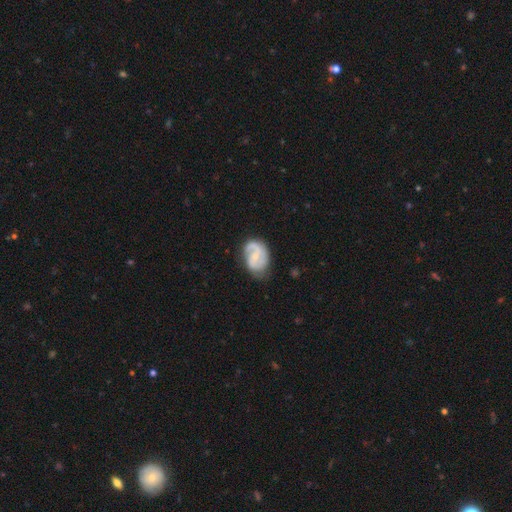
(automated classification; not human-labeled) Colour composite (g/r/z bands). It shows a featured or disk galaxy (78%) with no bar (45%, tied with weak), 2 (78%) medium (47%) spiral arms (94%) and a small central bulge (55%). Merging: none (65%).